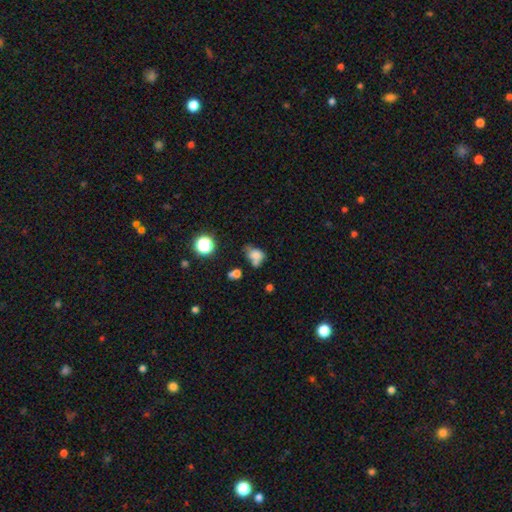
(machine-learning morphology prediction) A smooth galaxy with no disk features (69%) that is in between round and cigar-shaped (66%).

Vote fractions:
- Smooth or featured? smooth: 69% / featured or disk: 16% / star or artifact: 15%
- How rounded? in between: 66% / round: 33% / cigar-shaped: 2%
- Merging? none: 33% / merger: 29% / minor disturbance: 23% / major disturbance: 14%